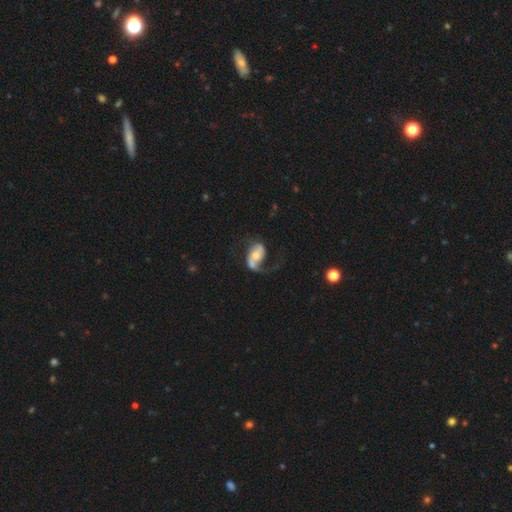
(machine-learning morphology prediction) smooth_or_featured: featured or disk (p=0.74) [alt: smooth p=0.20]
disk_edge_on: no (p=0.97) [alt: yes p=0.03]
bar: no (p=0.53) [alt: weak p=0.31]
has_spiral_arms: yes (p=0.91) [alt: no p=0.09]
spiral_winding: loose (p=0.60) [alt: medium p=0.31]
spiral_arm_count: 2 (p=0.70) [alt: 1 p=0.24]
bulge_size: moderate (p=0.55) [alt: small p=0.33]
merging: none (p=0.47) [alt: major disturbance p=0.29]